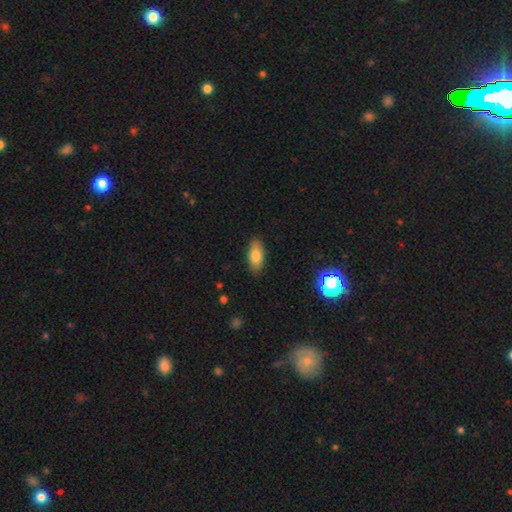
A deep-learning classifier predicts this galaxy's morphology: Smooth or featured? smooth (79%)
How rounded? in between (87%)
Merging? none (86%)